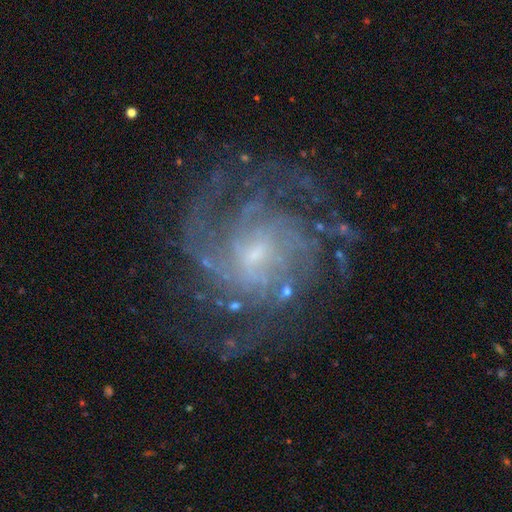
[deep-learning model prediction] A featured or disk galaxy (88%) with no bar (47%), tight (51%) spiral arms (96%) and a small central bulge (67%).

Vote fractions:
- Smooth or featured? featured or disk: 88% / star or artifact: 7% / smooth: 5%
- Edge-on disk? no: 98% / yes: 2%
- Bar? no: 47% / weak: 44% / strong: 8%
- Spiral arms? yes: 96% / no: 4%
- Spiral winding? tight: 51% / medium: 39% / loose: 9%
- Spiral arm count? can't tell: 26% / 4: 21% / 3: 21% / 2: 15% / more than 4: 9% / 1: 8%
- Bulge size? small: 67% / moderate: 22% / none: 8% / large: 2% / dominant: 1%
- Merging? none: 70% / minor disturbance: 16% / major disturbance: 13% / merger: 2%